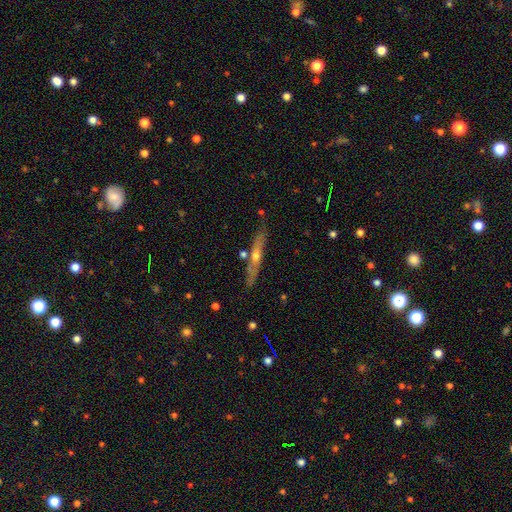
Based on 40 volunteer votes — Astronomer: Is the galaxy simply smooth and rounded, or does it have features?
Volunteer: featured or disk — 50% (runner-up: smooth, 40%).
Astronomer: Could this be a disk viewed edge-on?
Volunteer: yes — 95%.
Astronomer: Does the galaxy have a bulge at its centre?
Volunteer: rounded — 89%.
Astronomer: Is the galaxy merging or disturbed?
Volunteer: none — 81%.